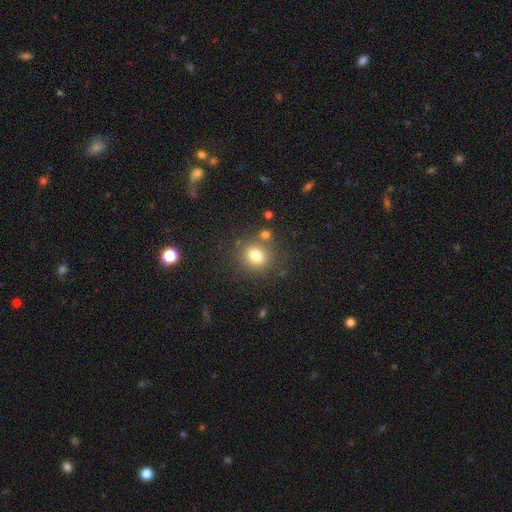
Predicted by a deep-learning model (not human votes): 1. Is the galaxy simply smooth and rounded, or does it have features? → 78% smooth, 13% star or artifact, 9% featured or disk.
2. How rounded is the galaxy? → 76% round, 23% in between, 1% cigar-shaped.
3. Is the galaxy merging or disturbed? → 77% none, 10% minor disturbance, 9% merger, 4% major disturbance.